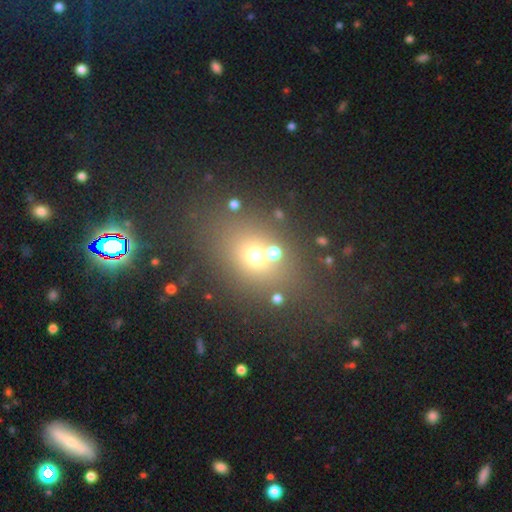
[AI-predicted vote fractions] Smooth or featured: smooth — 61% (star or artifact — 24%)
How rounded: round — 56% (in between — 42%)
Merging: none — 67% (merger — 14%)